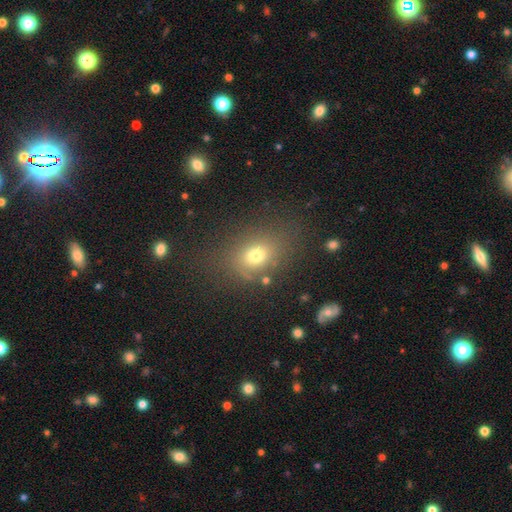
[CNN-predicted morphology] smooth 71%, star or artifact 16%, featured or disk 13%. Down the decision tree: how rounded — in between (57%); merging — none (71%).